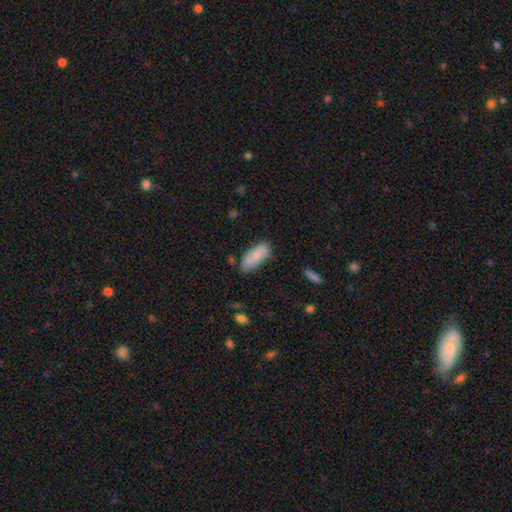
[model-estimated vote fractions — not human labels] Smooth or featured? Predicted: smooth (p=0.79). How rounded? Predicted: in between (p=0.81). Merging? Predicted: none (p=0.71).